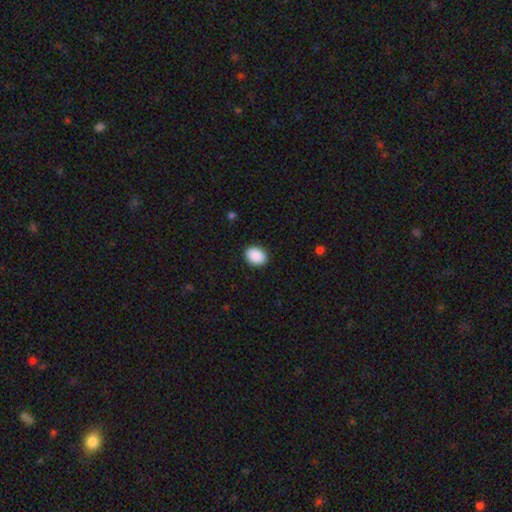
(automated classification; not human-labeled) Smooth or featured?
  - smooth: 90% *
  - star or artifact: 7%
  - featured or disk: 3%
How rounded?
  - in between: 63% *
  - round: 36%
  - cigar-shaped: 1%
Merging?
  - none: 90% *
  - minor disturbance: 7%
  - major disturbance: 2%
  - merger: 1%